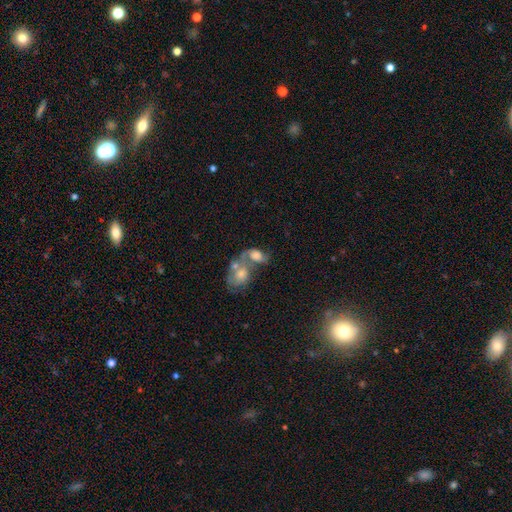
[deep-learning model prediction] Smooth or featured?
  - smooth: 46% *
  - featured or disk: 45%
  - star or artifact: 9%
Merging?
  - merger: 68% *
  - none: 13%
  - major disturbance: 12%
  - minor disturbance: 8%